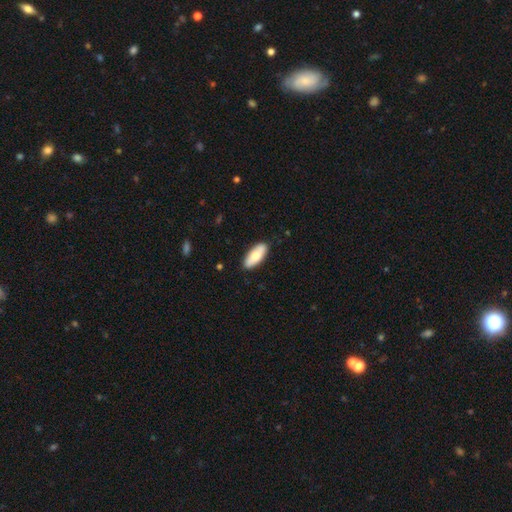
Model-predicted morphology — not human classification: The model was most divided on "smooth or featured": smooth: 72%, featured or disk: 23%, star or artifact: 5%. More confident: merging — none (88%); how rounded — in between (82%).